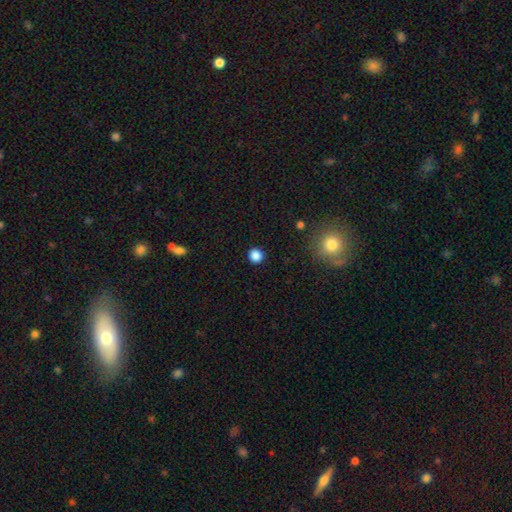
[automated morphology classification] Smooth or featured? smooth (86%)
How rounded? round (91%)
Merging? none (91%)